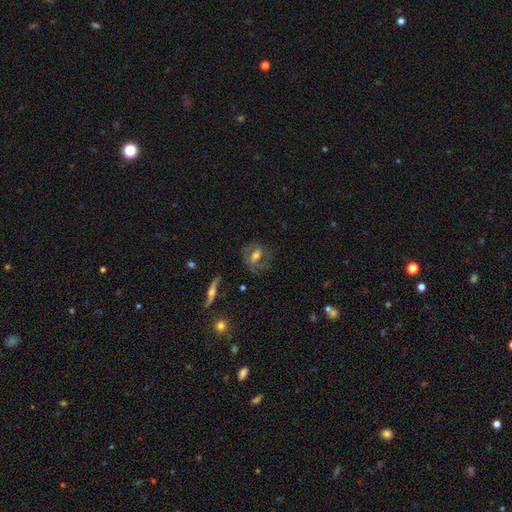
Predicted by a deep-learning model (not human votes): smooth_or_featured: featured or disk (p=0.65) [alt: smooth p=0.27]
disk_edge_on: no (p=0.88) [alt: yes p=0.12]
bar: strong (p=0.37) [alt: weak p=0.36]
has_spiral_arms: yes (p=0.65) [alt: no p=0.35]
bulge_size: moderate (p=0.58) [alt: small p=0.24]
merging: none (p=0.65) [alt: minor disturbance p=0.18]